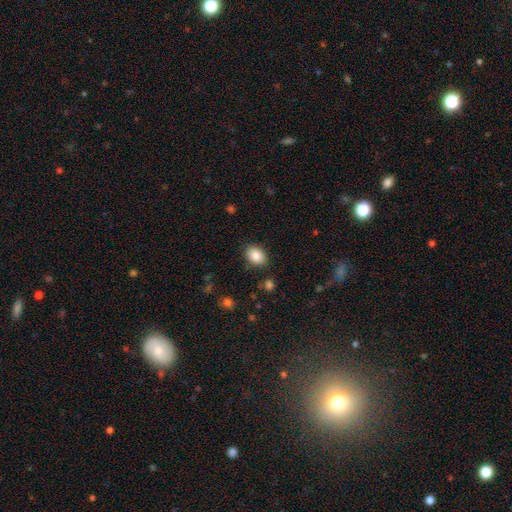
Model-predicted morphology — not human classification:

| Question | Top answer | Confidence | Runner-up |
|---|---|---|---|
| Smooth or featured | smooth | 86% | star or artifact (8%) |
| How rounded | in between | 71% | round (29%) |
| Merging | none | 86% | minor disturbance (10%) |